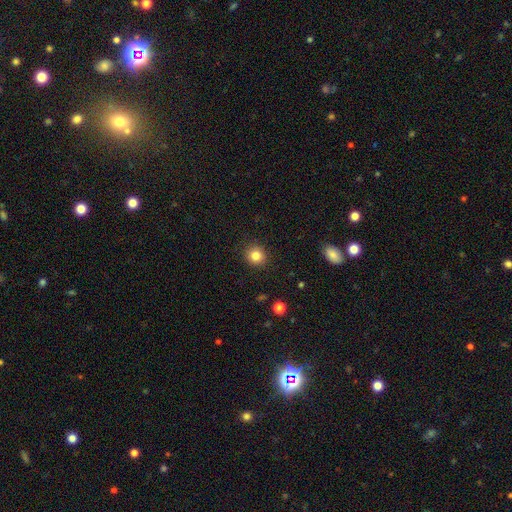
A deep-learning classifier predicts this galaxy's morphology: This appears to be a smooth galaxy with no disk features (83%) that is round (89%). Merging: none (91%).